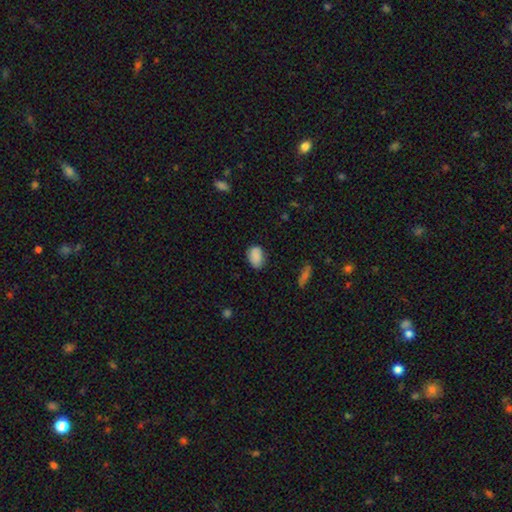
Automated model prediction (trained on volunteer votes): Smooth or featured? smooth (87%)
How rounded? in between (83%)
Merging? none (75%)